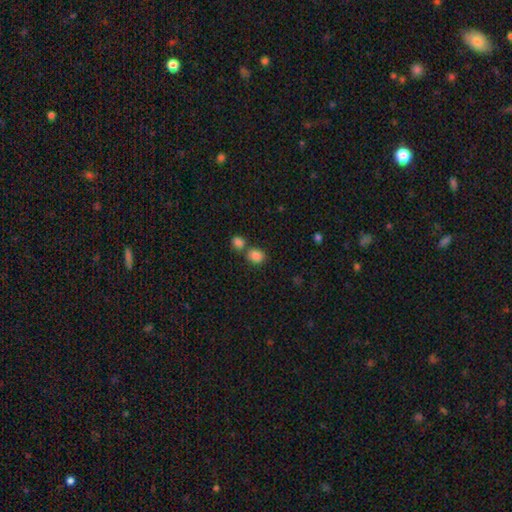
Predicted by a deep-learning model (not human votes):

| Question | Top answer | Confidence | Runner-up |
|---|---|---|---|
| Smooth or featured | smooth | 85% | star or artifact (10%) |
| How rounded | round | 51% | in between (47%) |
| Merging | none | 56% | merger (31%) |